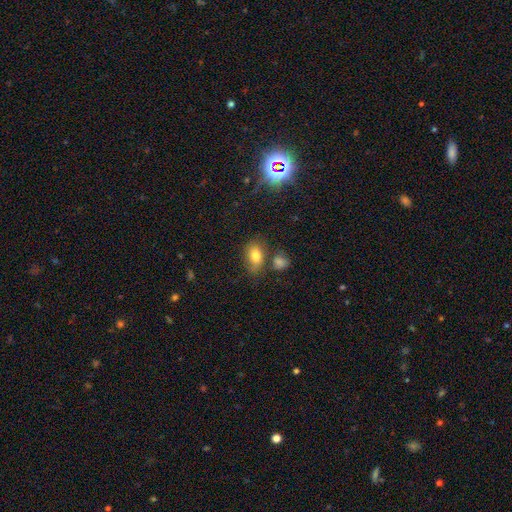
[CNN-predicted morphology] Overall: smooth (78%). How rounded: in between (83%). Merging: none (57%; minor disturbance 21%).